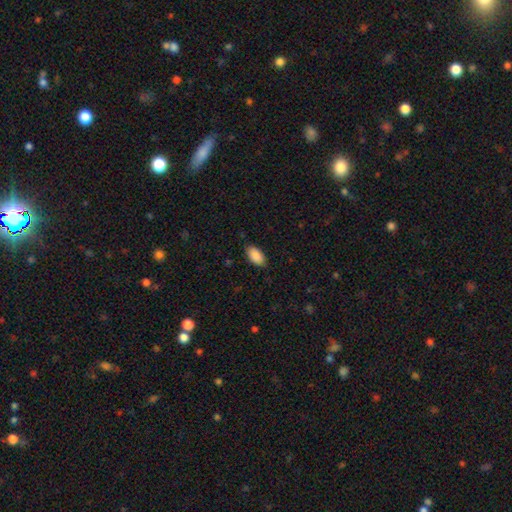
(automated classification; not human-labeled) Morphology: type=smooth (90%); roundness=in between (94%); merging=none (84%).